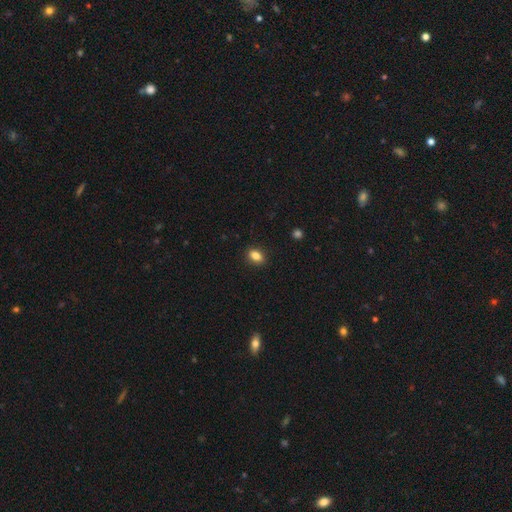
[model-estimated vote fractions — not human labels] smooth_or_featured: smooth (p=0.85) [alt: star or artifact p=0.10]
how_rounded: in between (p=0.82) [alt: round p=0.15]
merging: none (p=0.88) [alt: minor disturbance p=0.09]